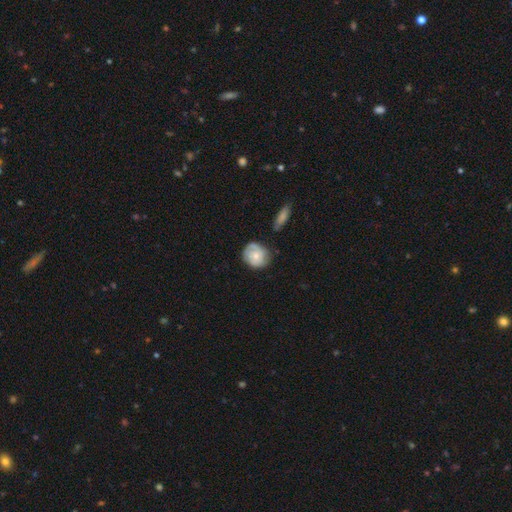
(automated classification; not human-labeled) This is possibly a smooth galaxy (48%). Merging: likely none (63%).